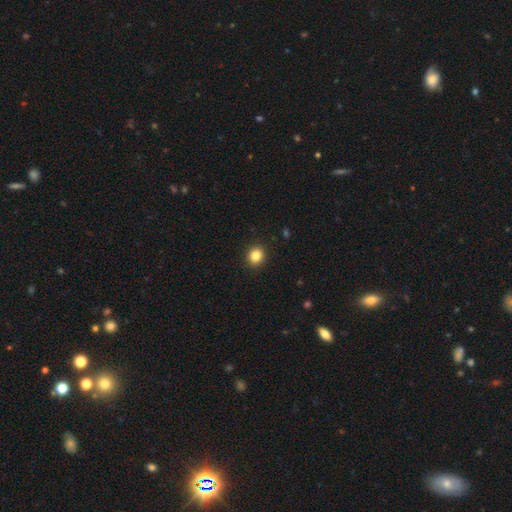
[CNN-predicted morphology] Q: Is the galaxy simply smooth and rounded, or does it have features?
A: smooth — 85%.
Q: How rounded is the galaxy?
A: round — 78%.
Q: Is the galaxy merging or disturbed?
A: none — 92%.